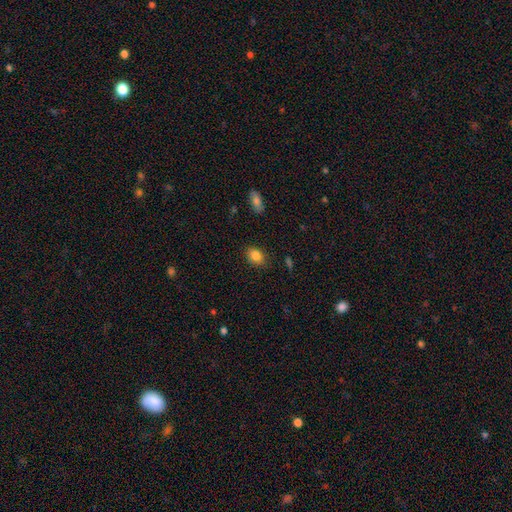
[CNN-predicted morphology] smooth_or_featured: smooth (p=0.85) [alt: star or artifact p=0.09]
how_rounded: in between (p=0.69) [alt: round p=0.30]
merging: none (p=0.84) [alt: minor disturbance p=0.12]